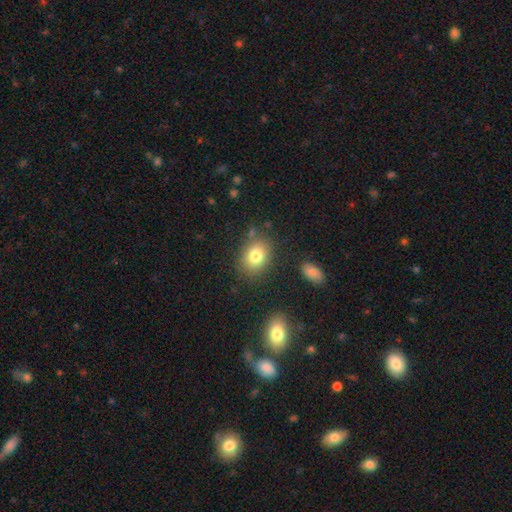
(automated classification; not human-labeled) Overall: smooth (80%). How rounded: round (50%; in between 49%). Merging: none (80%).